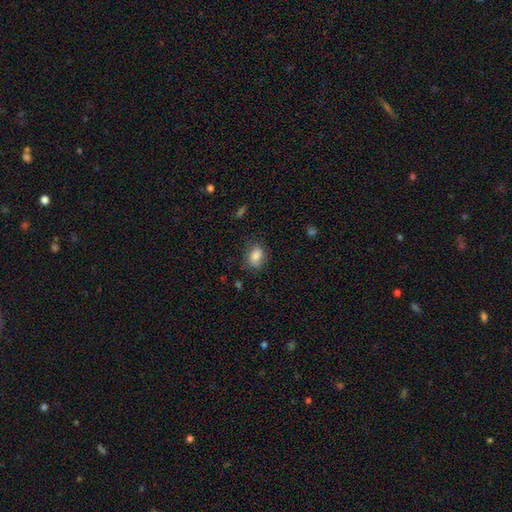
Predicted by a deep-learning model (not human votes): This appears to be a smooth galaxy with no disk features (84%) that is in between round and cigar-shaped (75%). Merging: none (72%).